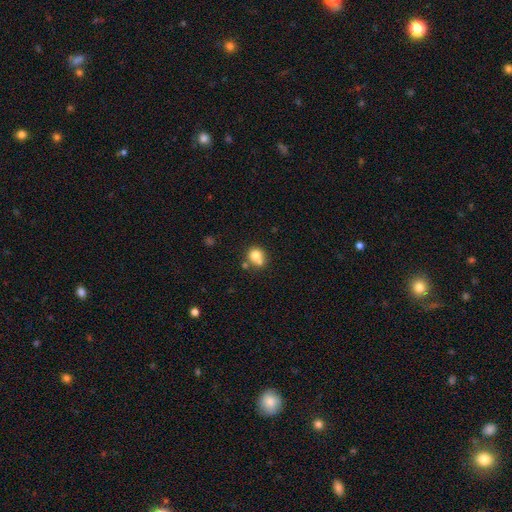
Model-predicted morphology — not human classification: This is likely a smooth galaxy (75%). How rounded: clearly round (81%). Merging: possibly none (45%).